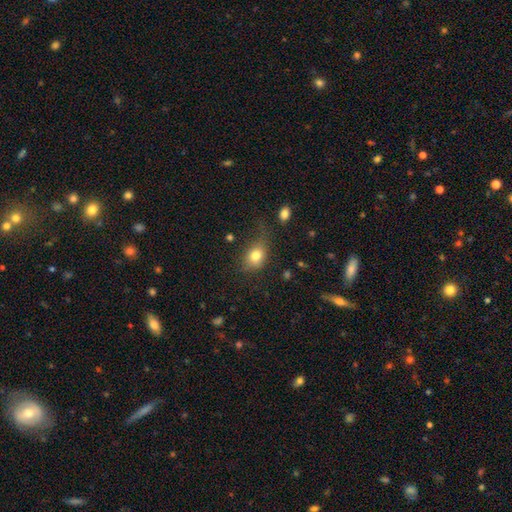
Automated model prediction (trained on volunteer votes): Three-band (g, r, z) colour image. It shows a smooth galaxy with no disk features (78%) that is in between round and cigar-shaped (61%). Merging: none (54%).